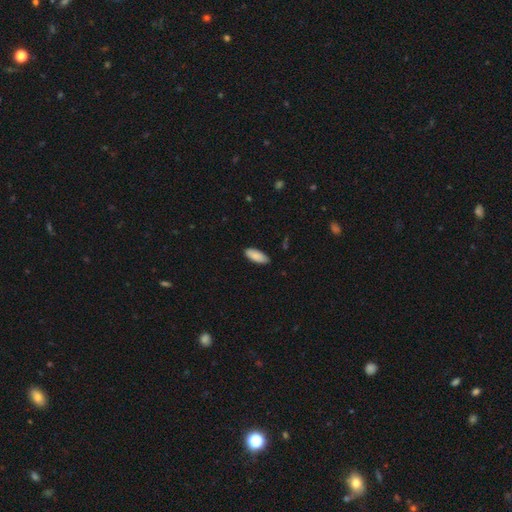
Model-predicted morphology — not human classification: A smooth galaxy with no disk features (89%) that is in between round and cigar-shaped (81%). Merging: none (86%).